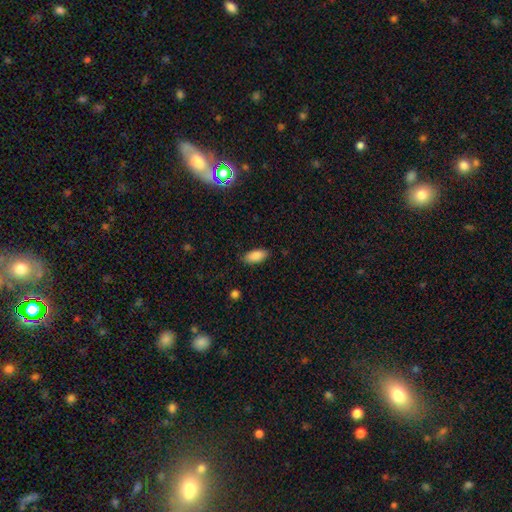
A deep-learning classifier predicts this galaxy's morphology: Smooth or featured: smooth — 88% (star or artifact — 8%)
How rounded: in between — 90% (cigar-shaped — 8%)
Merging: none — 85% (minor disturbance — 11%)